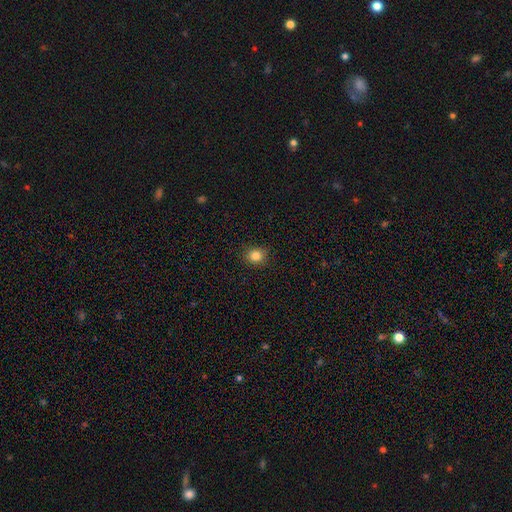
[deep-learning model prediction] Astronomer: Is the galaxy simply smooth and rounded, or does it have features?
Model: smooth — 83%.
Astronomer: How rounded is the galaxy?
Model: round — 74%.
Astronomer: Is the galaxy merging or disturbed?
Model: none — 90%.